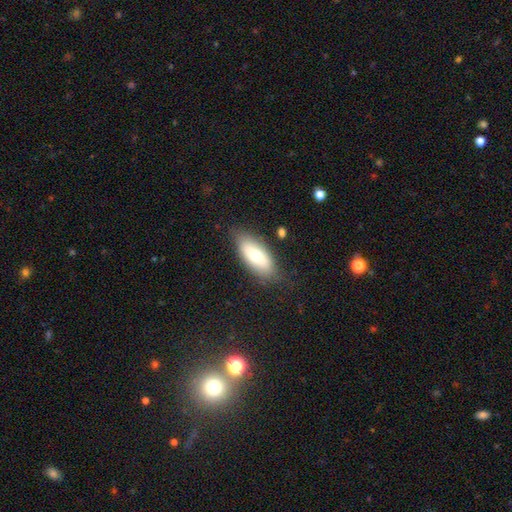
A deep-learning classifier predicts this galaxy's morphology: Overall: smooth (68%). How rounded: in between (84%). Merging: none (79%).